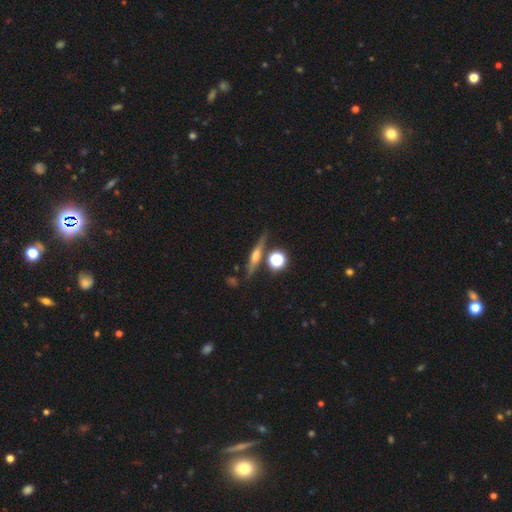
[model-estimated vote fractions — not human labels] smooth_or_featured: featured or disk (p=0.58) [alt: smooth p=0.30]
disk_edge_on: yes (p=0.94) [alt: no p=0.06]
edge_on_bulge: rounded (p=0.79) [alt: boxy p=0.12]
merging: none (p=0.78) [alt: minor disturbance p=0.12]